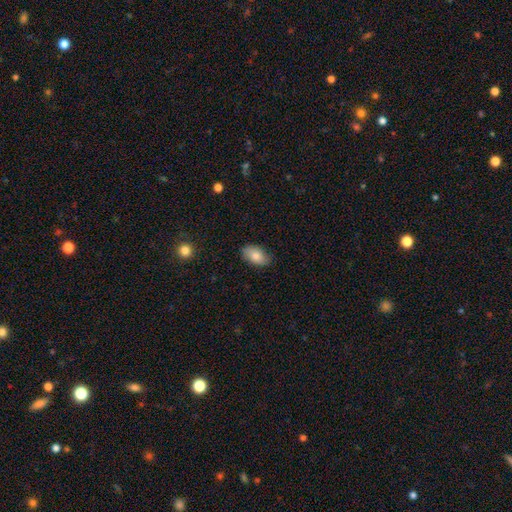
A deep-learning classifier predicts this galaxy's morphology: This appears to be a smooth galaxy with no disk features (81%) that is in between round and cigar-shaped (92%). Merging: none (83%).